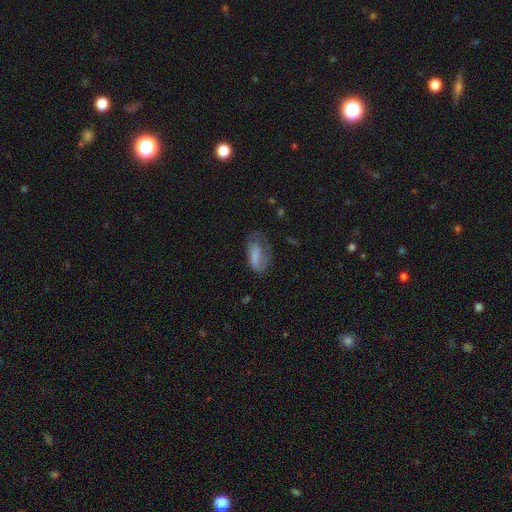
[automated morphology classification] smooth 65%, featured or disk 26%, star or artifact 8%. Down the decision tree: how rounded — in between (83%); merging — none (40%).